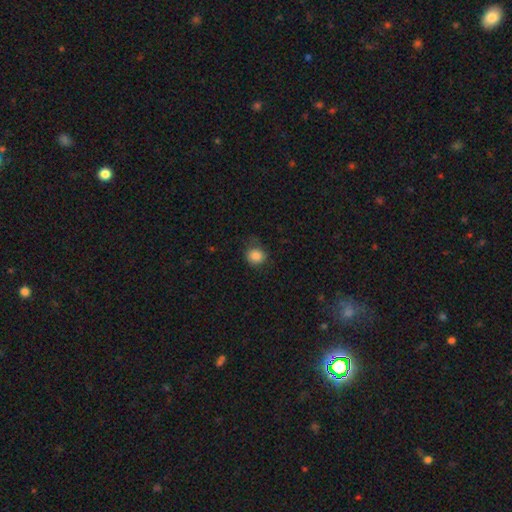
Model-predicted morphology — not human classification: Smooth or featured? Predicted: smooth (p=0.86). How rounded? Predicted: round (p=0.81). Merging? Predicted: none (p=0.72).